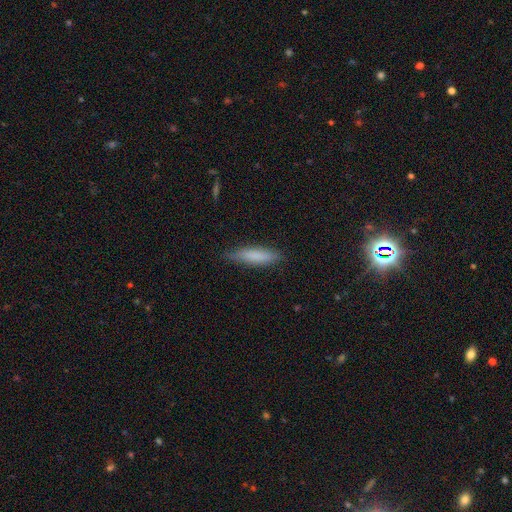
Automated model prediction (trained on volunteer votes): smooth_or_featured: smooth (p=0.80) [alt: featured or disk p=0.14]
how_rounded: cigar-shaped (p=0.75) [alt: in between p=0.23]
merging: none (p=0.83) [alt: minor disturbance p=0.13]